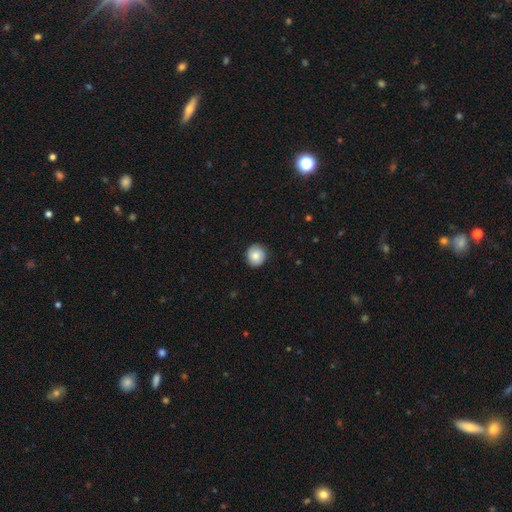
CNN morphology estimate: Overall: smooth (80%). How rounded: round (90%). Merging: none (88%).